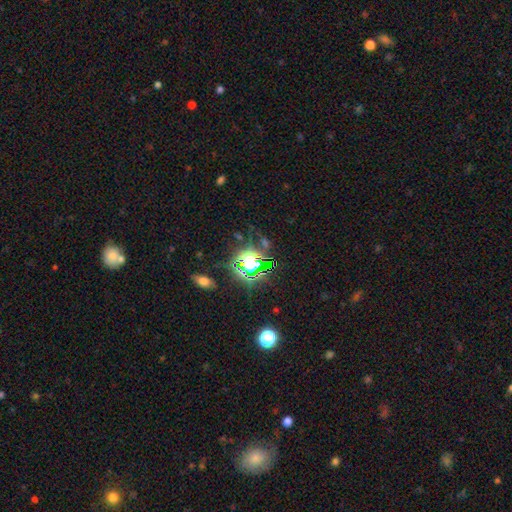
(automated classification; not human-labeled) A star or artifact, not a galaxy (76%).